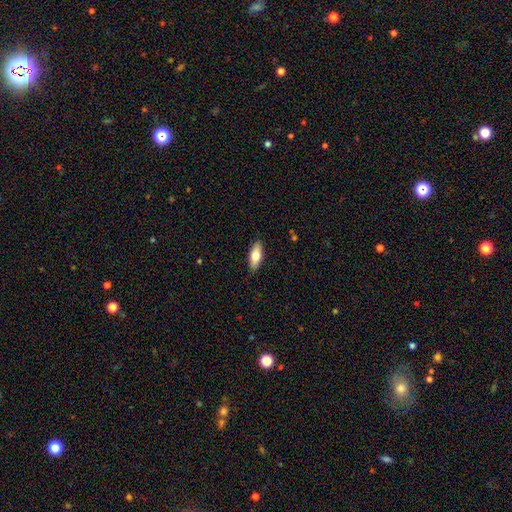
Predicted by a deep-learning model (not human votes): A smooth galaxy with no disk features (73%) that is in between round and cigar-shaped (75%). Merging: none (87%).